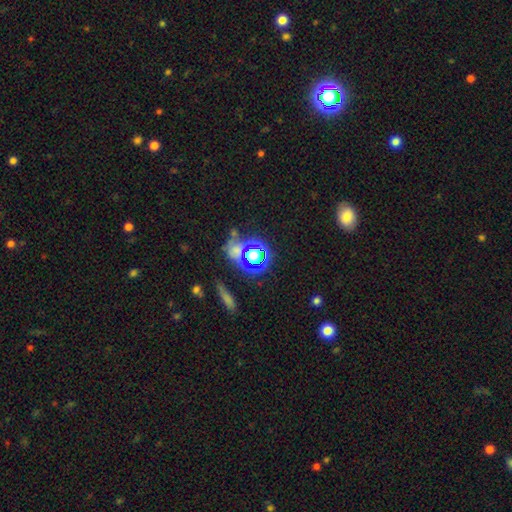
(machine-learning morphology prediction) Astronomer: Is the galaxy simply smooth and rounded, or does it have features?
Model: star or artifact — 57%.